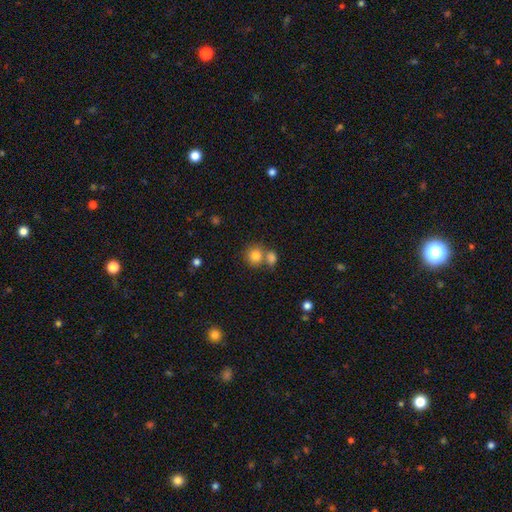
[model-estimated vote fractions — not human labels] A smooth galaxy with no disk features (82%) that is round (83%). Merging: none (52%).